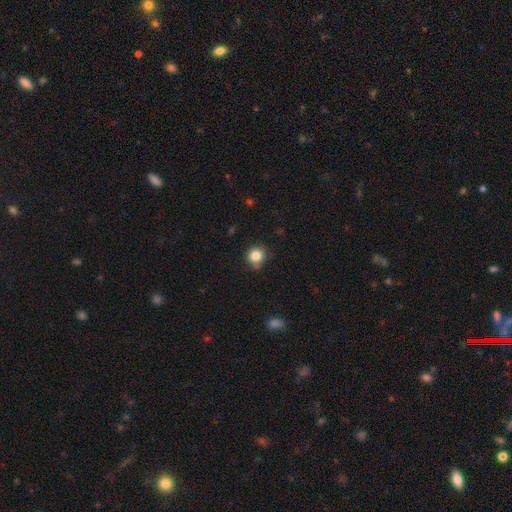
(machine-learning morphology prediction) Q: Smooth or featured?
A: smooth (84%); runner-up: star or artifact (11%)
Q: How rounded?
A: round (85%); runner-up: in between (14%)
Q: Merging?
A: none (73%); runner-up: minor disturbance (21%)